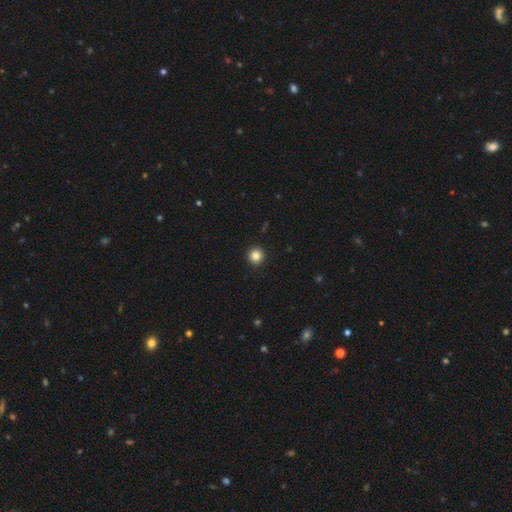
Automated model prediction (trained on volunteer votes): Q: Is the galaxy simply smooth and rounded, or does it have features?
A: smooth — 85%.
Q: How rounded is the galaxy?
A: round — 96%.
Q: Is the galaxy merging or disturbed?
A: none — 94%.